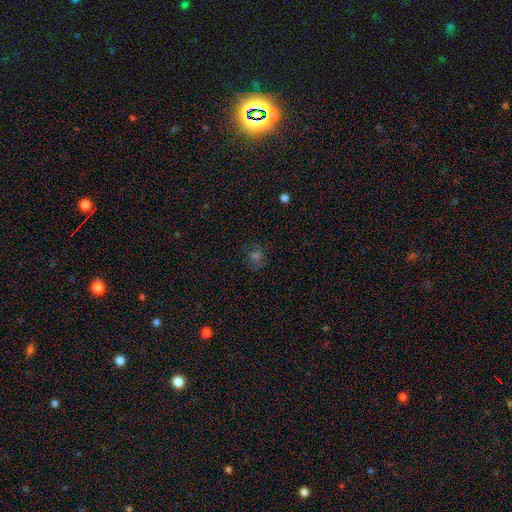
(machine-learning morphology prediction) A smooth galaxy with no disk features (43%).

Vote fractions:
- Smooth or featured? smooth: 43% / star or artifact: 36% / featured or disk: 21%
- Merging? none: 76% / minor disturbance: 14% / major disturbance: 8% / merger: 2%